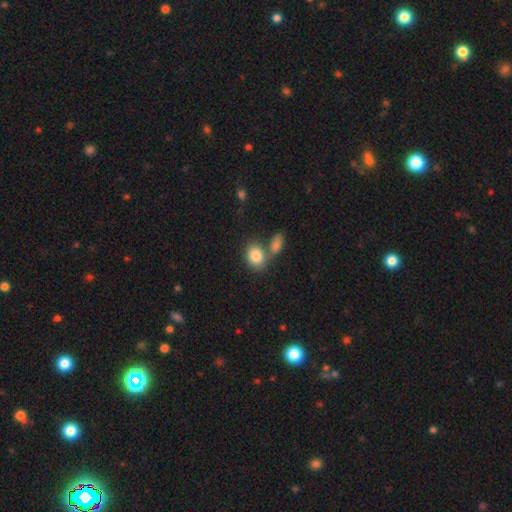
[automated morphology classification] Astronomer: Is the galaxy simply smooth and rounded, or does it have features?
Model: smooth — 84%.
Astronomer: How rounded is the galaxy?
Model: in between — 60% (runner-up: round, 38%).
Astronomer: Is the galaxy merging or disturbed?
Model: none — 52% (runner-up: merger, 32%).